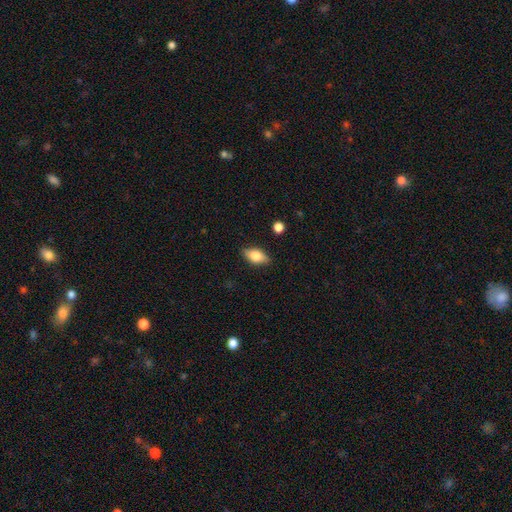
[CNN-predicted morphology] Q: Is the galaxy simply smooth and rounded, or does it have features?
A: smooth — 72%.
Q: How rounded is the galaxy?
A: in between — 85%.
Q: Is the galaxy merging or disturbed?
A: none — 84%.